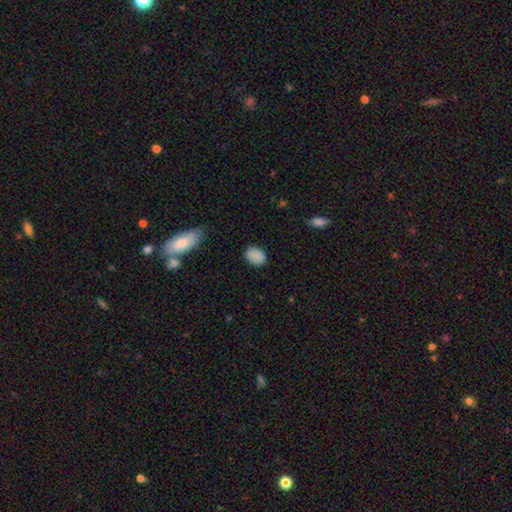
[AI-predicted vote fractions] Smooth or featured? Predicted: smooth (p=0.86). How rounded? Predicted: in between (p=0.70). Merging? Predicted: none (p=0.81).